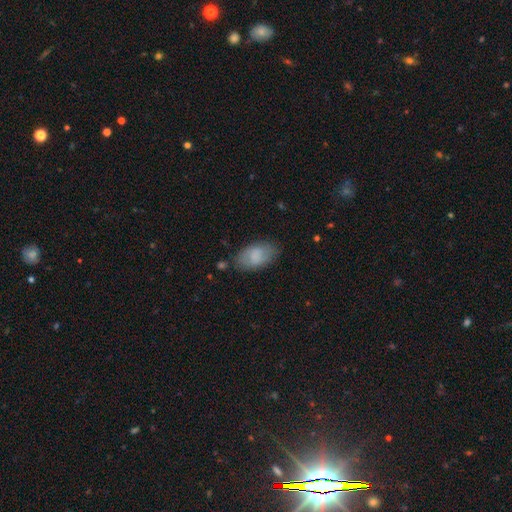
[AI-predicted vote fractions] smooth_or_featured: smooth (p=0.78) [alt: featured or disk p=0.15]
how_rounded: in between (p=0.94) [alt: round p=0.04]
merging: none (p=0.74) [alt: minor disturbance p=0.19]